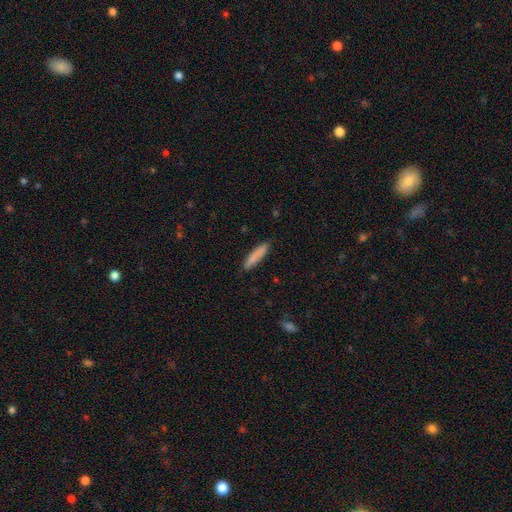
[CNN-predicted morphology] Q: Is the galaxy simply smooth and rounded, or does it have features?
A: smooth — 84%.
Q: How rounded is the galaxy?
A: cigar-shaped — 86%.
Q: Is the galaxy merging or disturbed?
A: none — 87%.